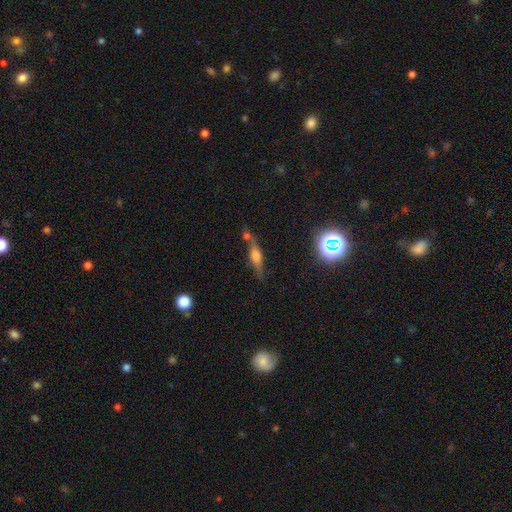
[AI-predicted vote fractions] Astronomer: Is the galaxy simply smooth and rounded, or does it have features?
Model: featured or disk — 56%.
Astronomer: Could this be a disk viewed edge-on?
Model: yes — 90%.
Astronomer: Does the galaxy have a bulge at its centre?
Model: rounded — 69%.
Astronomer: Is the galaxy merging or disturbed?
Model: none — 65%.